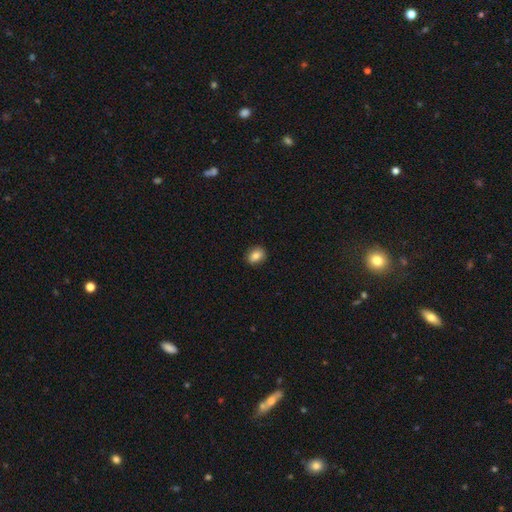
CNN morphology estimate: Smooth or featured?
  - smooth: 84% *
  - star or artifact: 9%
  - featured or disk: 7%
How rounded?
  - in between: 60% *
  - round: 39%
  - cigar-shaped: 1%
Merging?
  - none: 89% *
  - minor disturbance: 8%
  - major disturbance: 2%
  - merger: 1%